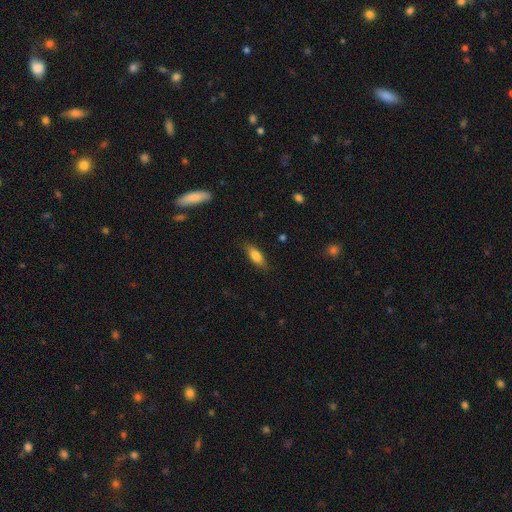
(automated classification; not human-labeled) This is clearly a smooth galaxy (80%). How rounded: likely in between (71%). Merging: clearly none (83%).